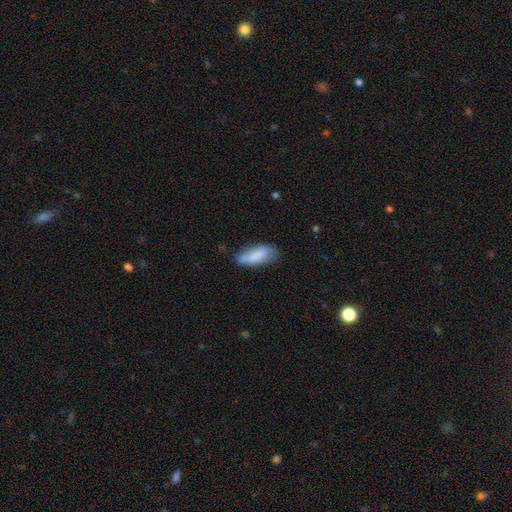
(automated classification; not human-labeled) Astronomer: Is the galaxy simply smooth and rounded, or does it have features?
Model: smooth — 83%.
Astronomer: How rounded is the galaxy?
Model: in between — 74%.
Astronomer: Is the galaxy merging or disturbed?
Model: none — 61%.